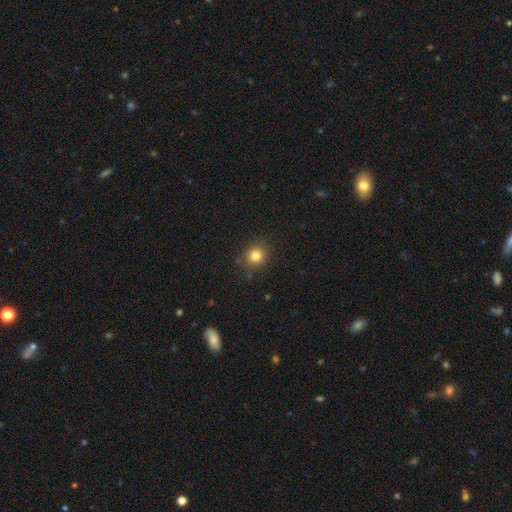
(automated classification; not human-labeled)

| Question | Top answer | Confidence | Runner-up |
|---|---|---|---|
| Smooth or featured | smooth | 82% | star or artifact (12%) |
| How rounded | round | 85% | in between (14%) |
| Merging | none | 87% | minor disturbance (9%) |